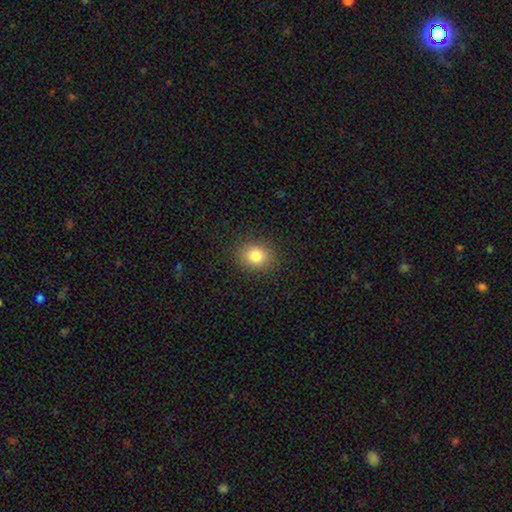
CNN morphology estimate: smooth 82%, star or artifact 11%, featured or disk 7%. Down the decision tree: how rounded — round (62%); merging — none (88%).